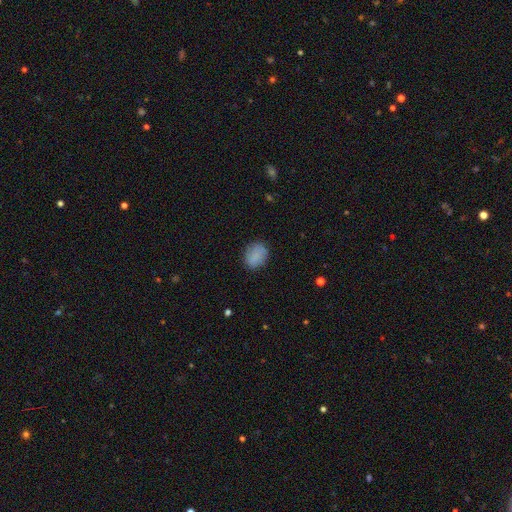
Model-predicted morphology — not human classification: Q: Smooth or featured?
A: smooth (83%); runner-up: featured or disk (9%)
Q: How rounded?
A: in between (54%); runner-up: round (44%)
Q: Merging?
A: none (79%); runner-up: minor disturbance (16%)